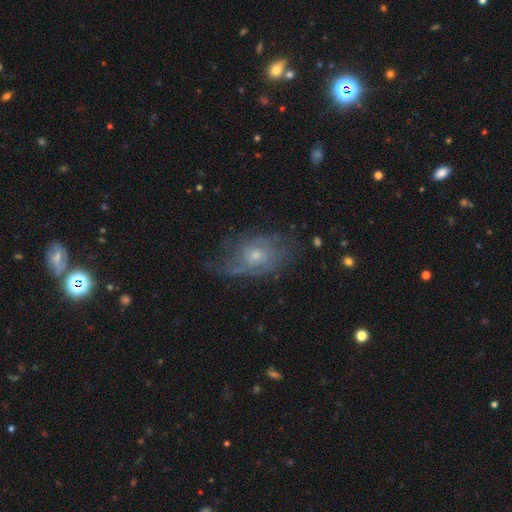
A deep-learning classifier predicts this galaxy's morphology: featured or disk 68%, smooth 24%, star or artifact 9%. Down the decision tree: edge-on disk — no (95%); bar — no (77%); spiral arms — yes (79%); spiral arm count — can't tell (45%); spiral winding — medium (38%); bulge size — small (61%); merging — none (54%).